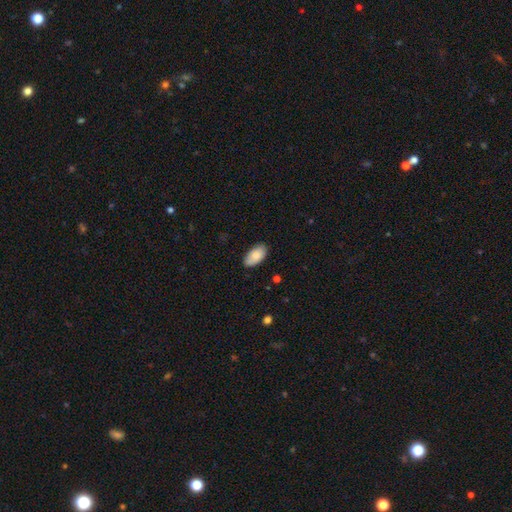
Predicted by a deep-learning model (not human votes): A smooth galaxy with no disk features (85%) that is in between round and cigar-shaped (95%). Merging: none (83%).